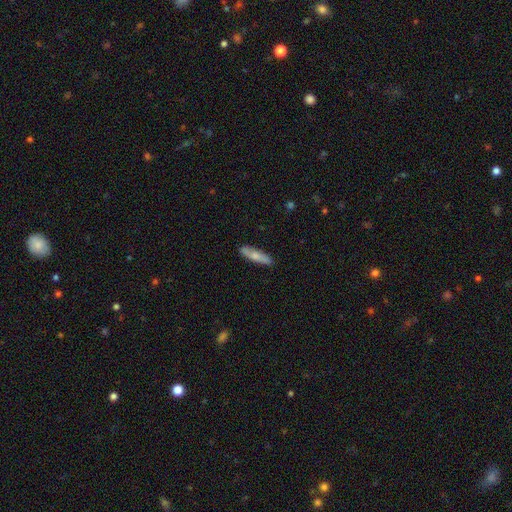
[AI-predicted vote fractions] Morphology: type=smooth (67%); roundness=cigar-shaped (76%); merging=none (87%).